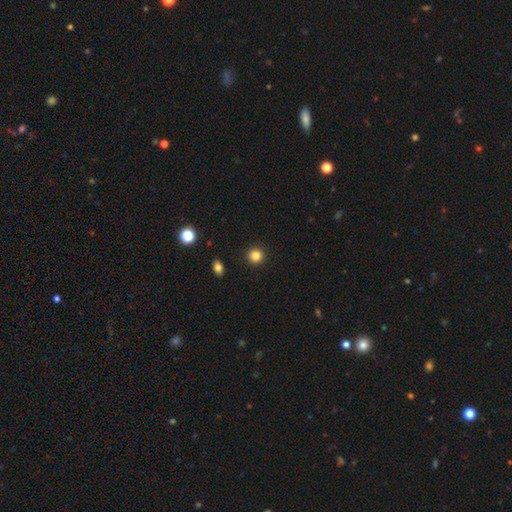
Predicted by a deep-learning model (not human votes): Smooth or featured? Predicted: smooth (p=0.83). How rounded? Predicted: round (p=0.94). Merging? Predicted: none (p=0.93).